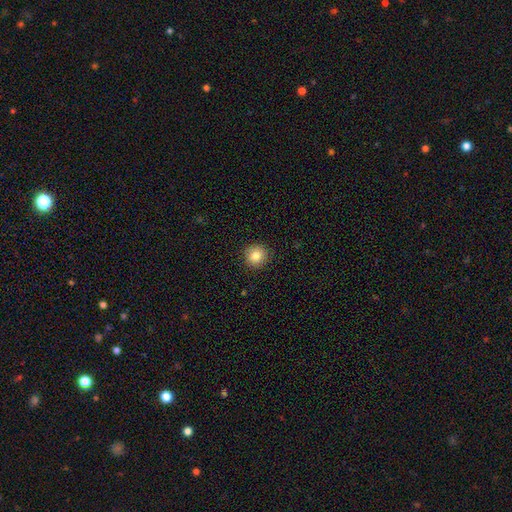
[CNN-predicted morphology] The model was most divided on "smooth or featured": smooth: 84%, star or artifact: 9%, featured or disk: 6%. More confident: how rounded — round (93%); merging — none (92%).